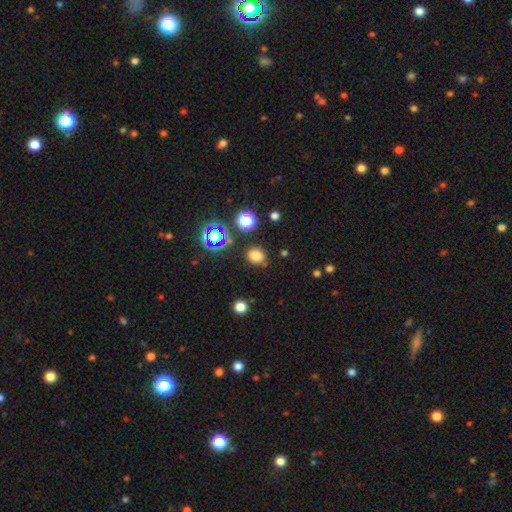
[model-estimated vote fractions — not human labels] Overall: smooth (75%). How rounded: round (56%; in between 43%). Merging: none (81%).